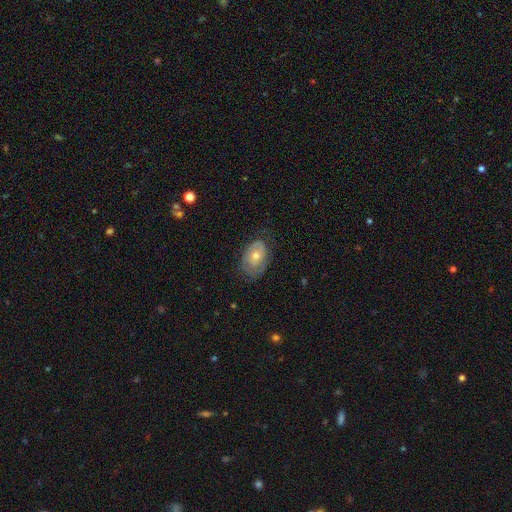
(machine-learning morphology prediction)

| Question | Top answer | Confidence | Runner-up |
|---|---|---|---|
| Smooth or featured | featured or disk | 57% | smooth (35%) |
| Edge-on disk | no | 93% | yes (7%) |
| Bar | no | 82% | weak (15%) |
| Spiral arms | yes | 55% | no (45%) |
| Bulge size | moderate | 60% | small (35%) |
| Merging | none | 66% | minor disturbance (23%) |